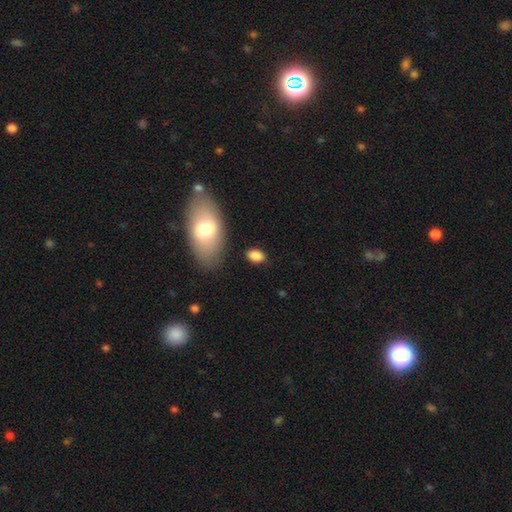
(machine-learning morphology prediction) Q: Smooth or featured?
A: smooth (84%); runner-up: star or artifact (8%)
Q: How rounded?
A: in between (82%); runner-up: round (16%)
Q: Merging?
A: none (80%); runner-up: minor disturbance (12%)